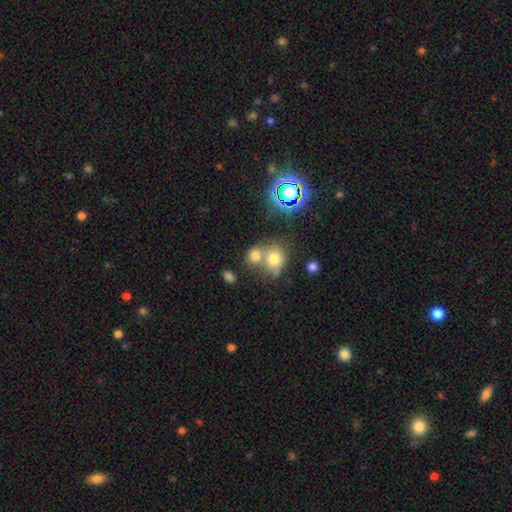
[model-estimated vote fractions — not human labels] Smooth or featured: smooth — 45% (star or artifact — 42%)
Merging: none — 56% (merger — 29%)